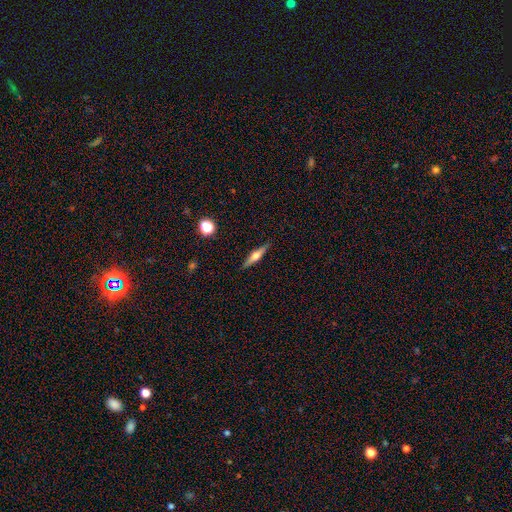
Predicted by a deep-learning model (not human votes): featured or disk 62%, smooth 31%, star or artifact 7%. Down the decision tree: edge-on disk — yes (97%); edge-on bulge — rounded (88%); merging — none (89%).